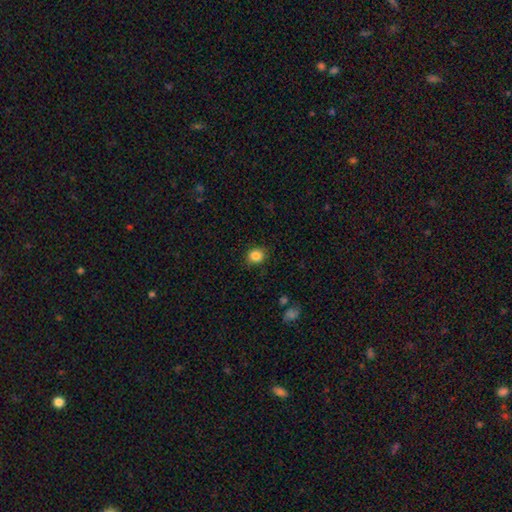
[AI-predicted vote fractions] Smooth or featured: smooth — 85% (star or artifact — 10%)
How rounded: round — 69% (in between — 30%)
Merging: none — 85% (minor disturbance — 11%)